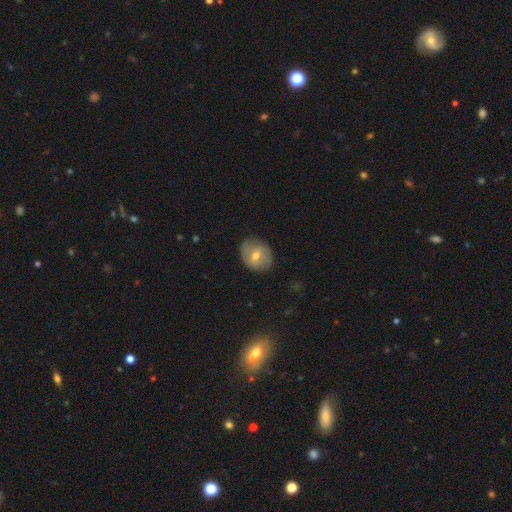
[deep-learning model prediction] smooth_or_featured: featured or disk (p=0.47) [alt: smooth p=0.43]
merging: none (p=0.78) [alt: minor disturbance p=0.16]